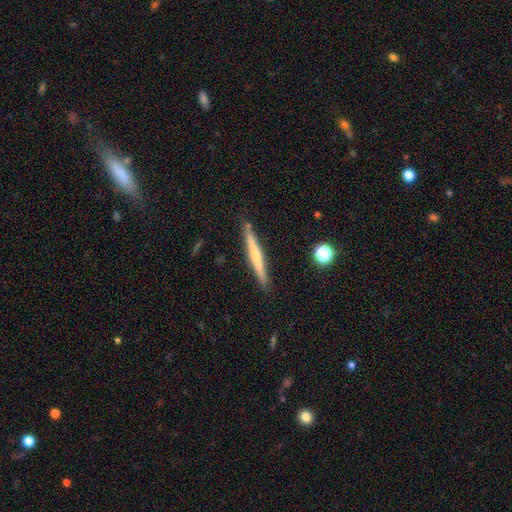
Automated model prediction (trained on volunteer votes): This appears to be a featured or disk galaxy (56%) viewed edge-on (97%) with a rounded central bulge (52%). Merging: none (88%).